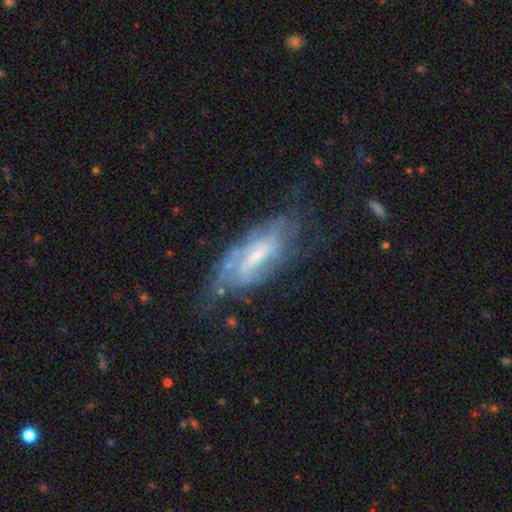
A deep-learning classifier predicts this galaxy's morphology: The model was most divided on "spiral winding": tight: 47%, medium: 37%, loose: 16%. Remaining: edge-on disk — no (87%); spiral arms — yes (86%); smooth or featured — featured or disk (78%); bulge size — small (58%); merging — none (57%); spiral arm count — can't tell (48%); bar — weak (46%).